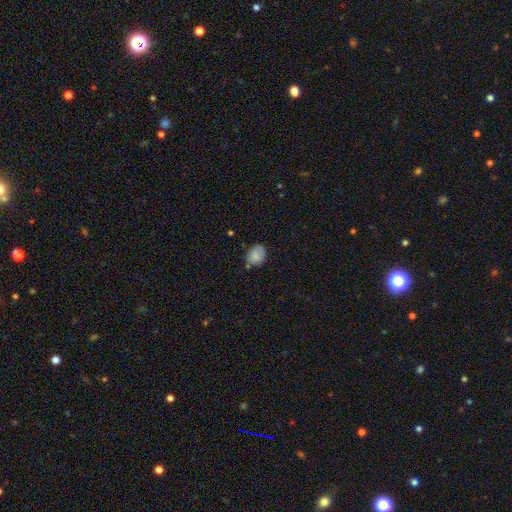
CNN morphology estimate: A smooth galaxy with no disk features (83%) that is in between round and cigar-shaped (60%).

Vote fractions:
- Smooth or featured? smooth: 83% / featured or disk: 9% / star or artifact: 8%
- How rounded? in between: 60% / round: 39% / cigar-shaped: 1%
- Merging? none: 70% / minor disturbance: 22% / merger: 4% / major disturbance: 4%